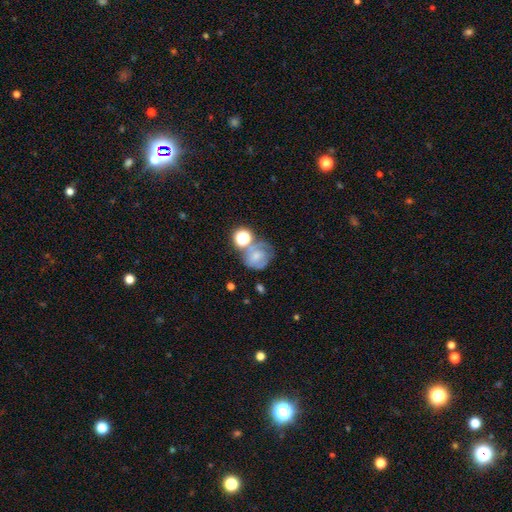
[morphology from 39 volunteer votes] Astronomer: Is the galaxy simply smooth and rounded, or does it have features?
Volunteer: featured or disk — 51% (runner-up: smooth, 38%).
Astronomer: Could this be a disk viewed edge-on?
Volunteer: no — 95%.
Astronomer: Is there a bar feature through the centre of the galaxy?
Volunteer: no — 84%.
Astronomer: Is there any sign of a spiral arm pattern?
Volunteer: no — 58% (runner-up: yes, 42%).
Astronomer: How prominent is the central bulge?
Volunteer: small — 37% (runner-up: moderate, 26%).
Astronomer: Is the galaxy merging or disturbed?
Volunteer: none — 51%.